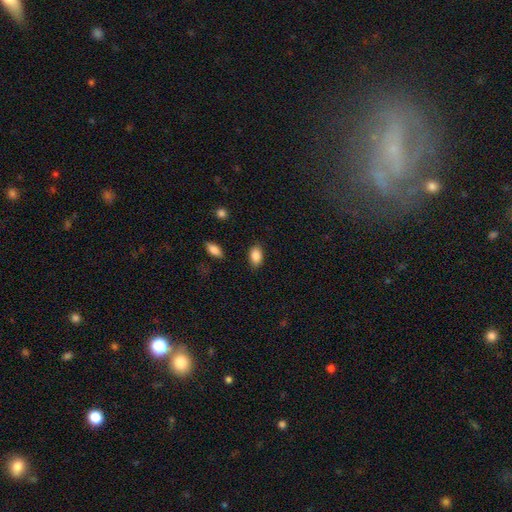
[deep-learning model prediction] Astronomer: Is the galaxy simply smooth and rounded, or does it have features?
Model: smooth — 86%.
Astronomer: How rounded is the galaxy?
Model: in between — 90%.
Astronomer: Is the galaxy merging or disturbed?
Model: none — 86%.